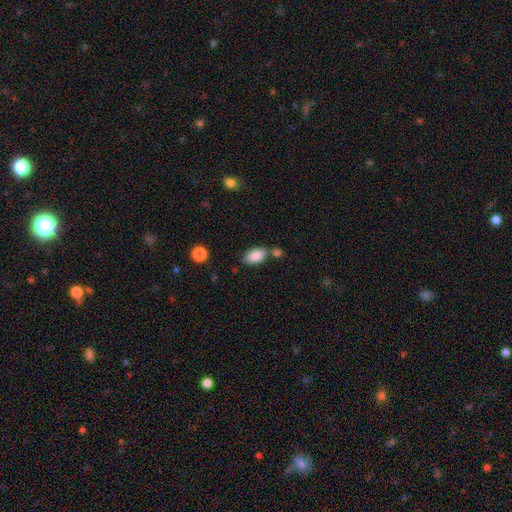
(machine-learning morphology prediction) smooth-or-featured: smooth: 86% | star or artifact: 7% | featured or disk: 6%
  how-rounded: in between: 93% | round: 5% | cigar-shaped: 2%
  merging: none: 68% | merger: 14% | minor disturbance: 14% | major disturbance: 3%